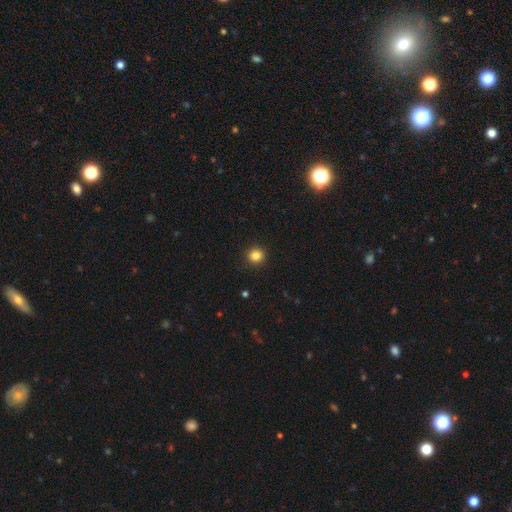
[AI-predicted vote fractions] This is clearly a smooth galaxy (84%). How rounded: clearly round (93%). Merging: clearly none (92%).